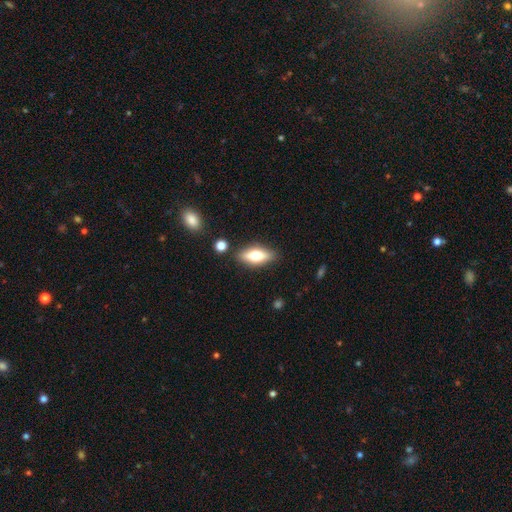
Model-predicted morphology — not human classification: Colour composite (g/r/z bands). It shows a smooth galaxy with no disk features (57%) that is in between round and cigar-shaped (68%). Merging: none (85%).